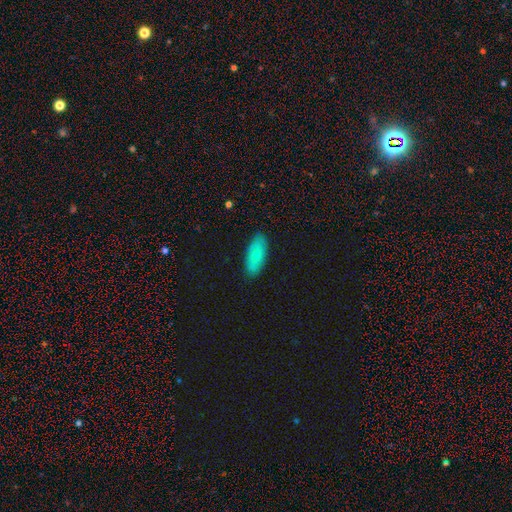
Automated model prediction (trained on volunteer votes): Smooth or featured? smooth (80%)
How rounded? in between (82%)
Merging? none (87%)